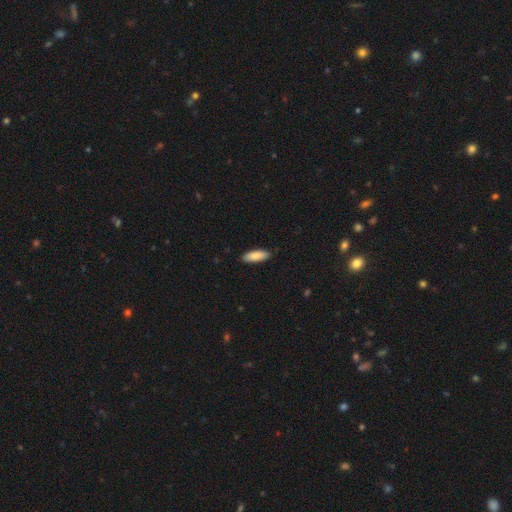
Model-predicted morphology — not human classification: Smooth or featured: smooth — 85% (featured or disk — 9%)
How rounded: in between — 64% (cigar-shaped — 34%)
Merging: none — 88% (minor disturbance — 9%)